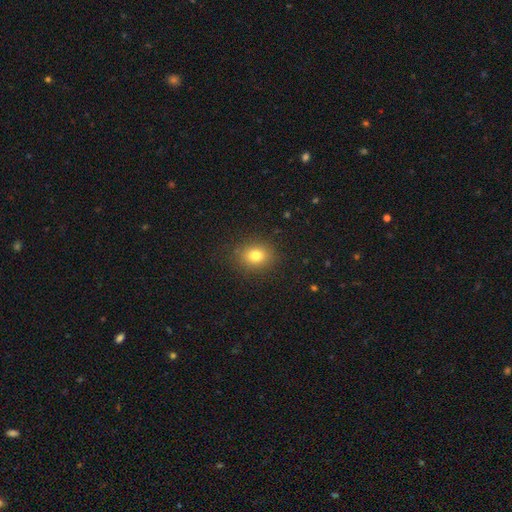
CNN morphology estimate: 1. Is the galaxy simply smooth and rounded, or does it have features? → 79% smooth, 12% star or artifact, 8% featured or disk.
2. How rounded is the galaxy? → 58% round, 41% in between, 1% cigar-shaped.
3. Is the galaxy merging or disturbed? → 87% none, 9% minor disturbance, 3% major disturbance, 1% merger.